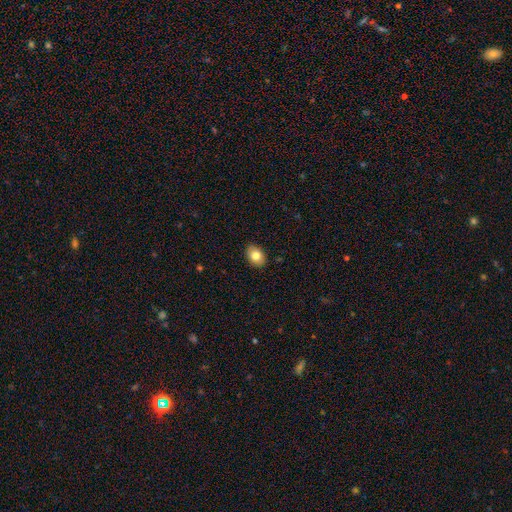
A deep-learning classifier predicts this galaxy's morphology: Smooth or featured? Predicted: smooth (p=0.80). How rounded? Predicted: in between (p=0.74). Merging? Predicted: none (p=0.89).